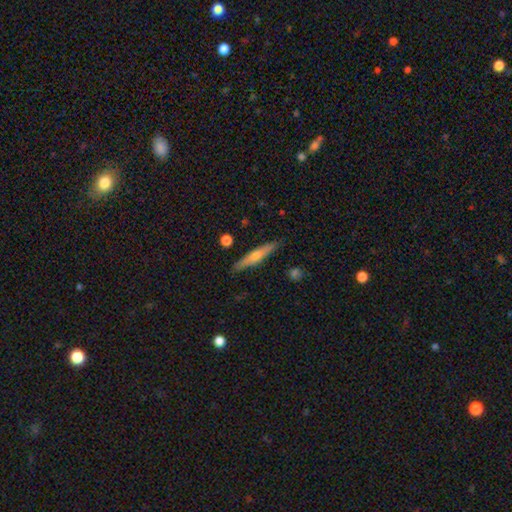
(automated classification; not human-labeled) This is possibly a featured or disk galaxy (53%). It is clearly viewed edge-on (93%). Merging: clearly none (88%).